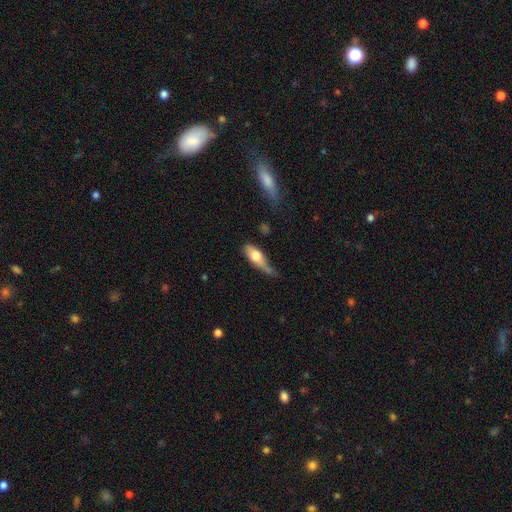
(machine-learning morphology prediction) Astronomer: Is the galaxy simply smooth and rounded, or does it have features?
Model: smooth — 64%.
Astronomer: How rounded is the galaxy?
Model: in between — 63%.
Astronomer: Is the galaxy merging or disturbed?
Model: minor disturbance — 40% (runner-up: none, 30%).